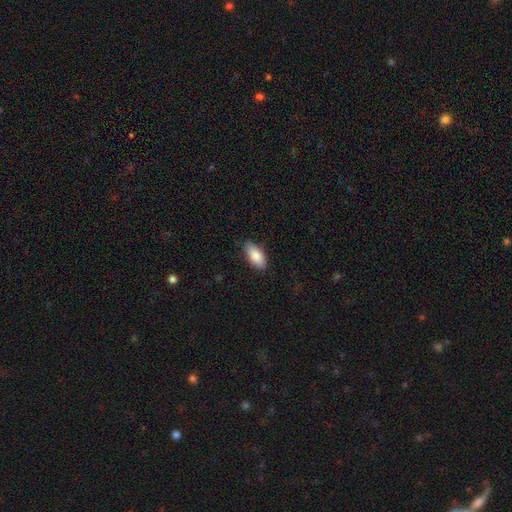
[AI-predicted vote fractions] This appears to be a smooth galaxy with no disk features (85%) that is in between round and cigar-shaped (92%). Merging: none (83%).